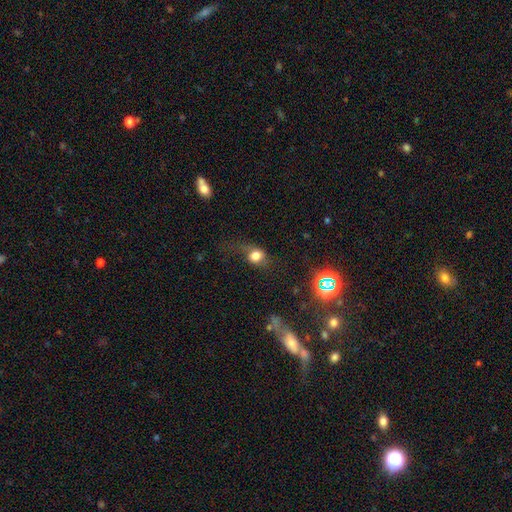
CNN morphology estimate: smooth-or-featured: smooth: 70% | featured or disk: 16% | star or artifact: 14%
  how-rounded: round: 59% | in between: 39% | cigar-shaped: 3%
  merging: none: 42% | major disturbance: 30% | minor disturbance: 25% | merger: 3%